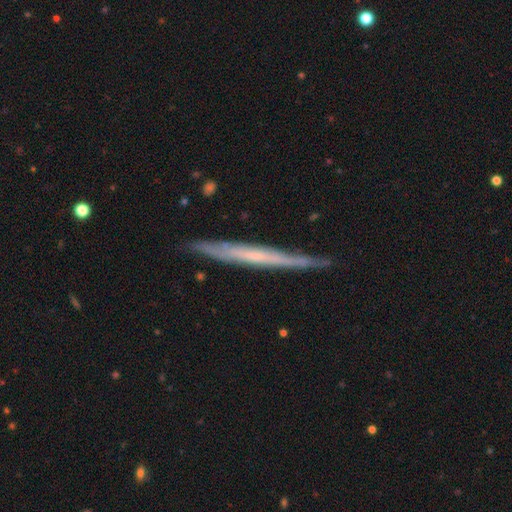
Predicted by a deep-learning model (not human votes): Q: Smooth or featured?
A: featured or disk (64%); runner-up: smooth (30%)
Q: Edge-on disk?
A: yes (93%); runner-up: no (7%)
Q: Edge-on bulge?
A: none (83%); runner-up: rounded (12%)
Q: Merging?
A: none (83%); runner-up: minor disturbance (14%)